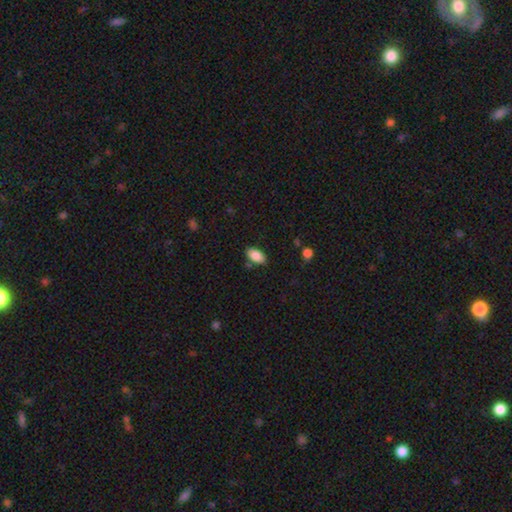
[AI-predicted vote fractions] smooth_or_featured: smooth (p=0.87) [alt: star or artifact p=0.07]
how_rounded: in between (p=0.93) [alt: round p=0.03]
merging: none (p=0.81) [alt: minor disturbance p=0.13]